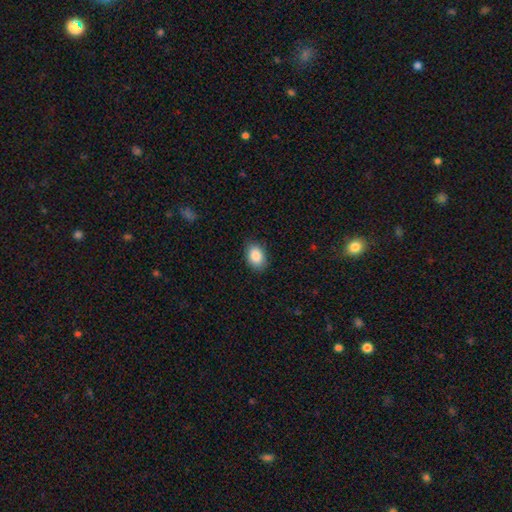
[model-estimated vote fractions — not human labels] Smooth or featured?
  - smooth: 87% *
  - star or artifact: 8%
  - featured or disk: 5%
How rounded?
  - in between: 80% *
  - round: 19%
  - cigar-shaped: 1%
Merging?
  - none: 86% *
  - minor disturbance: 11%
  - major disturbance: 2%
  - merger: 1%